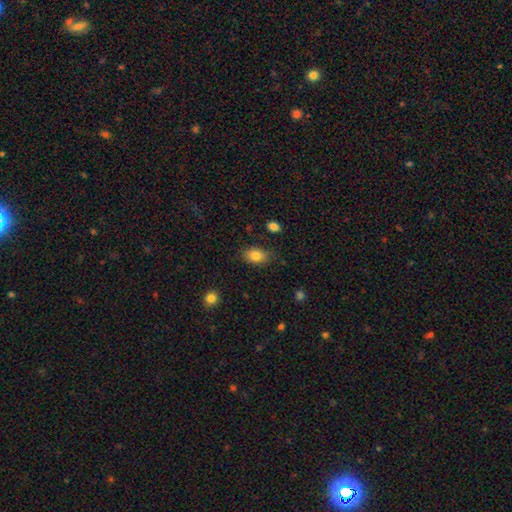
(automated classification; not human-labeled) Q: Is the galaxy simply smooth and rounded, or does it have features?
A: smooth — 83%.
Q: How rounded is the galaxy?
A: in between — 82%.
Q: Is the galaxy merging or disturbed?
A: none — 80%.